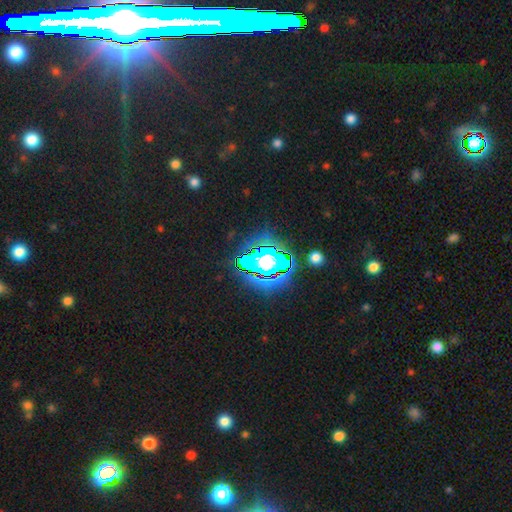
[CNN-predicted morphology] Smooth or featured: star or artifact — 64% (featured or disk — 19%)